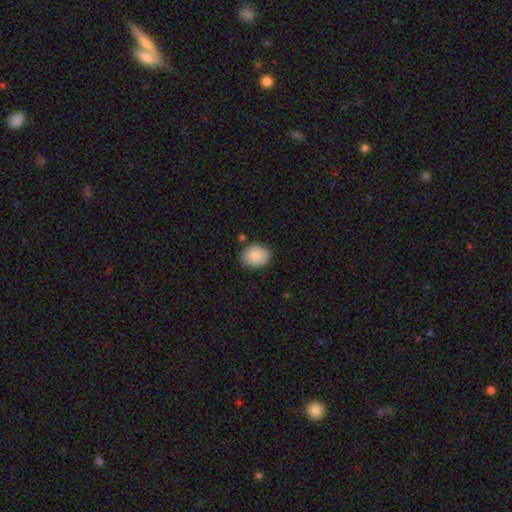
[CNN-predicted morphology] smooth 89%, star or artifact 7%, featured or disk 4%. Down the decision tree: how rounded — in between (52%); merging — none (81%).